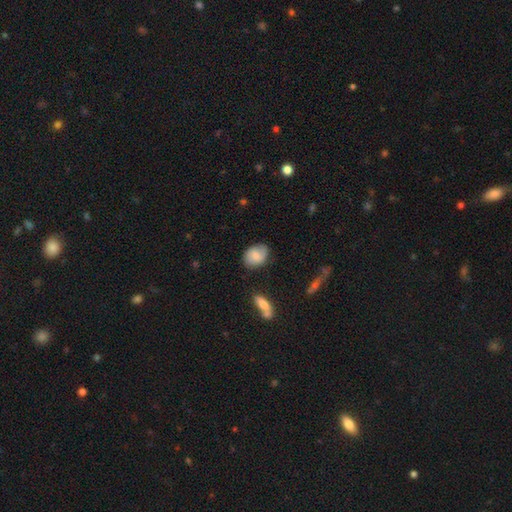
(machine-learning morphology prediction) Smooth or featured: smooth — 67% (featured or disk — 26%)
How rounded: in between — 67% (round — 31%)
Merging: none — 70% (minor disturbance — 22%)